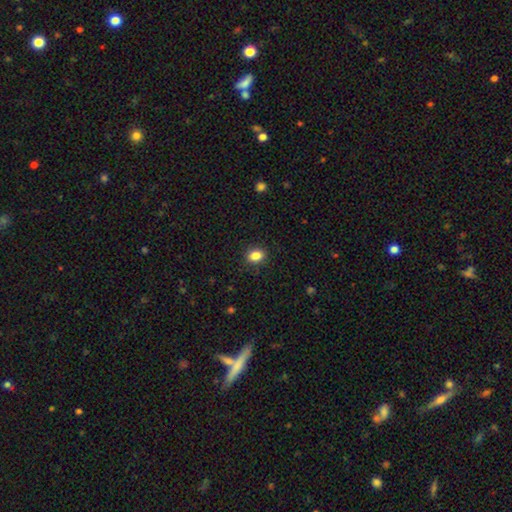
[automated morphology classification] This appears to be a smooth galaxy with no disk features (85%) that is in between round and cigar-shaped (65%). Merging: none (88%).